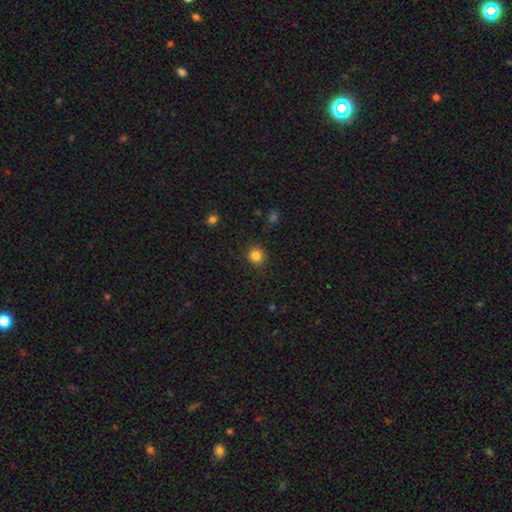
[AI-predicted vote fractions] smooth-or-featured: smooth: 84% | star or artifact: 12% | featured or disk: 4%
  how-rounded: round: 91% | in between: 8% | cigar-shaped: 1%
  merging: none: 87% | minor disturbance: 9% | major disturbance: 3% | merger: 1%